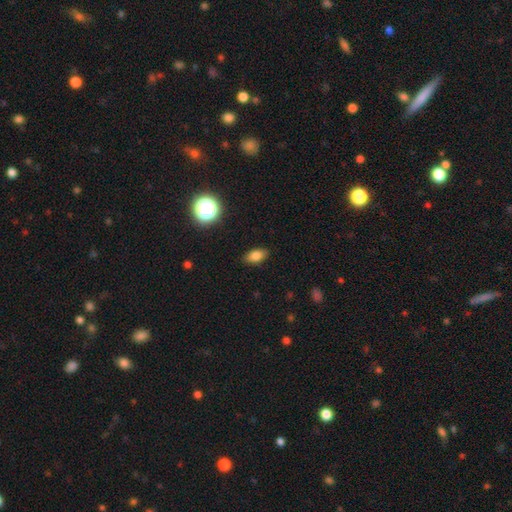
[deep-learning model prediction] smooth 80%, star or artifact 12%, featured or disk 8%. Down the decision tree: how rounded — in between (87%); merging — none (87%).